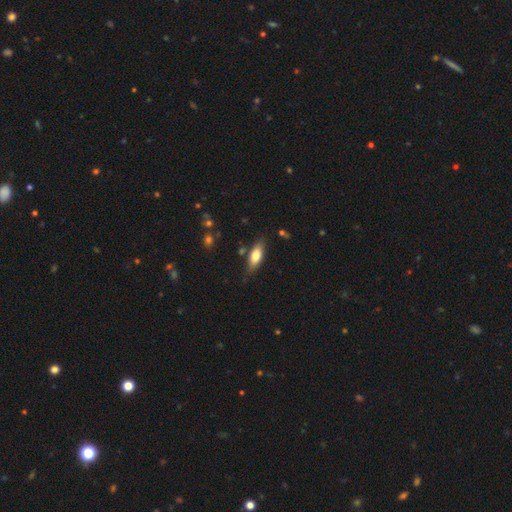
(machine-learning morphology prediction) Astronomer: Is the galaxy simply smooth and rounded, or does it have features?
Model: smooth — 74%.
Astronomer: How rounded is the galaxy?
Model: in between — 72%.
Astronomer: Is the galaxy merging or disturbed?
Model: none — 78%.